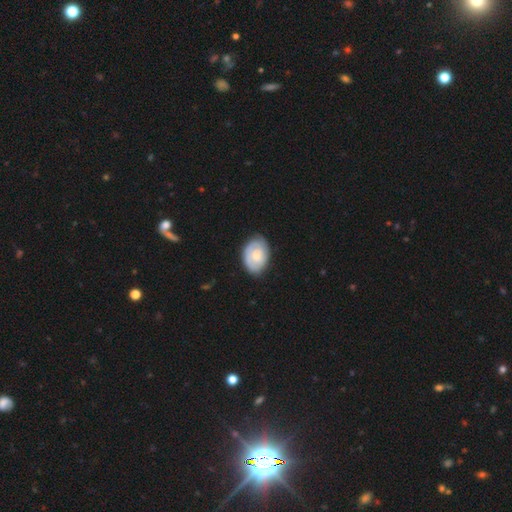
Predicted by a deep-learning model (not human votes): A smooth galaxy with no disk features (52%) that is in between round and cigar-shaped (81%).

Vote fractions:
- Smooth or featured? smooth: 52% / featured or disk: 42% / star or artifact: 6%
- How rounded? in between: 81% / round: 18% / cigar-shaped: 1%
- Merging? none: 74% / minor disturbance: 20% / major disturbance: 5% / merger: 1%